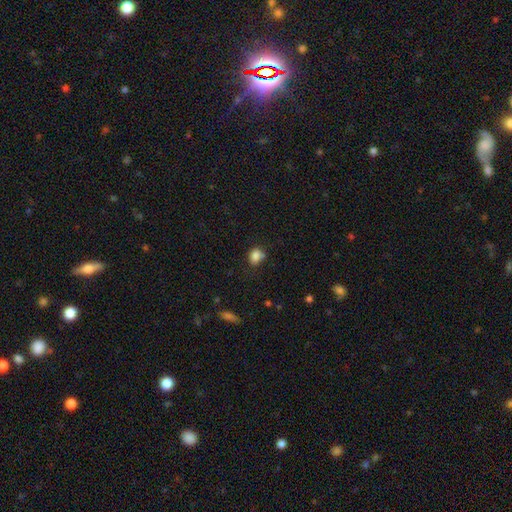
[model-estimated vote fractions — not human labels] Overall: smooth (81%). How rounded: in between (56%; round 43%). Merging: none (57%; minor disturbance 21%).